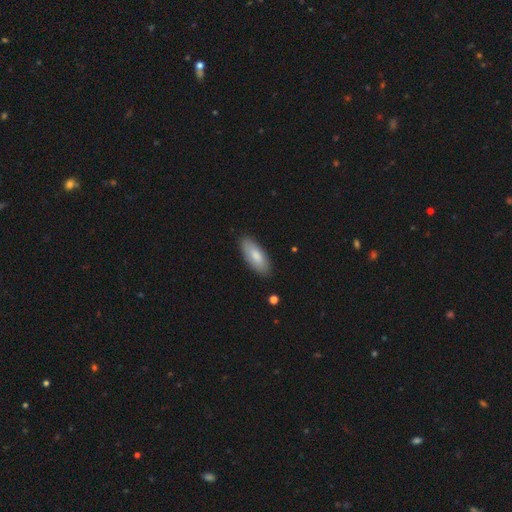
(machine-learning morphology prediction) A smooth galaxy with no disk features (79%) that is in between round and cigar-shaped (79%).

Vote fractions:
- Smooth or featured? smooth: 79% / featured or disk: 16% / star or artifact: 5%
- How rounded? in between: 79% / cigar-shaped: 19% / round: 2%
- Merging? none: 86% / minor disturbance: 11% / major disturbance: 2% / merger: 1%